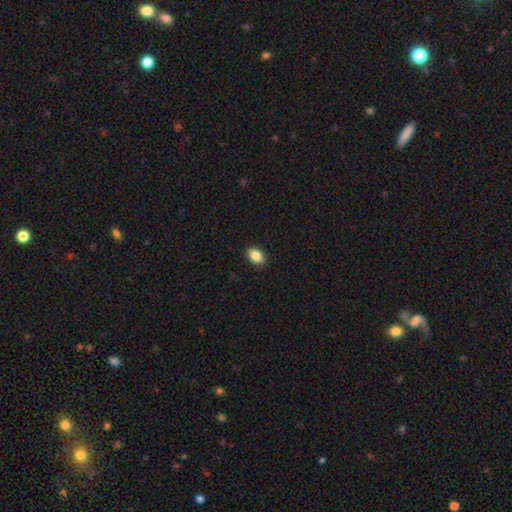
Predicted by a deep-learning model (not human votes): Smooth or featured: smooth — 86% (star or artifact — 8%)
How rounded: in between — 88% (round — 10%)
Merging: none — 90% (minor disturbance — 8%)